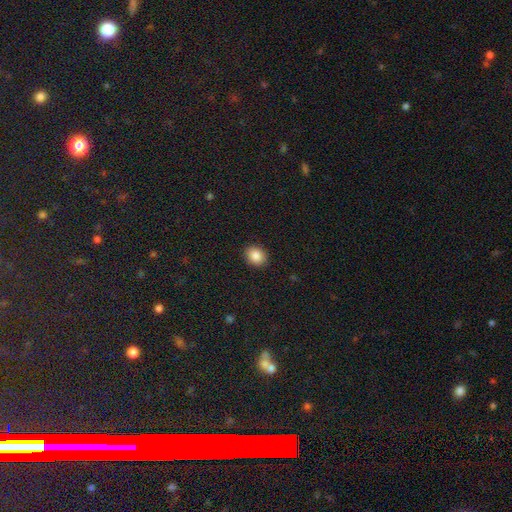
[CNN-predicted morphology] smooth 87%, star or artifact 9%, featured or disk 4%. Down the decision tree: how rounded — round (56%); merging — none (90%).